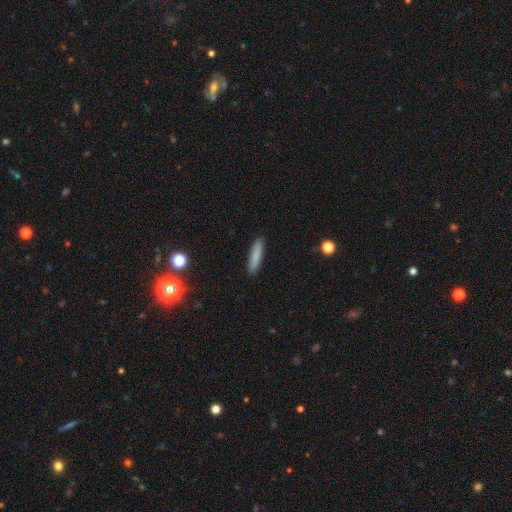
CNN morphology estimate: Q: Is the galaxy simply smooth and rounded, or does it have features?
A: smooth — 84%.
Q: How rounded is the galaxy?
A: cigar-shaped — 84%.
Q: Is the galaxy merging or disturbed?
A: none — 90%.